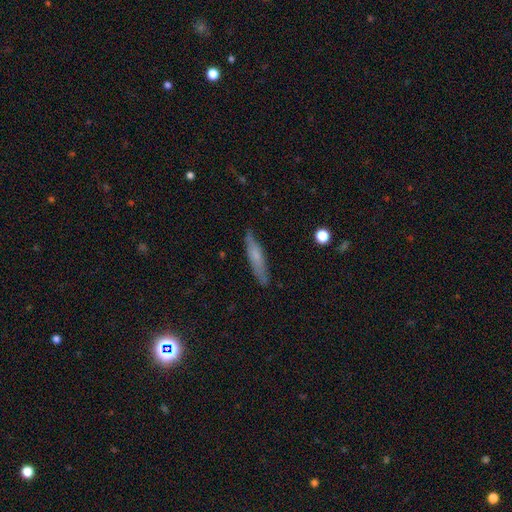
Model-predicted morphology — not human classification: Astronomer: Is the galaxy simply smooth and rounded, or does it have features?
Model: smooth — 57% (runner-up: featured or disk, 35%).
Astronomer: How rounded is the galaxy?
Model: cigar-shaped — 86%.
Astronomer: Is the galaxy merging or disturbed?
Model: none — 82%.